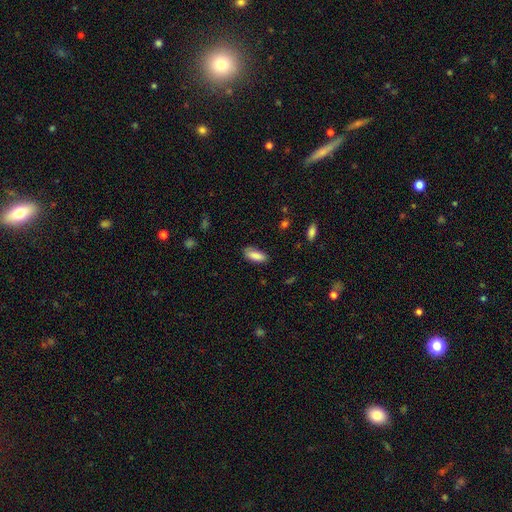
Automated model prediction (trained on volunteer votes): This appears to be a smooth galaxy with no disk features (87%) that is in between round and cigar-shaped (77%). Merging: none (78%).